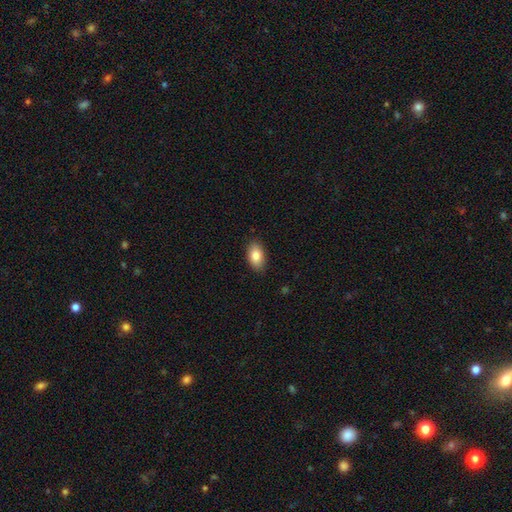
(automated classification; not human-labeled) smooth-or-featured: smooth: 84% | featured or disk: 9% | star or artifact: 7%
  how-rounded: in between: 92% | round: 6% | cigar-shaped: 2%
  merging: none: 87% | minor disturbance: 10% | major disturbance: 2% | merger: 1%